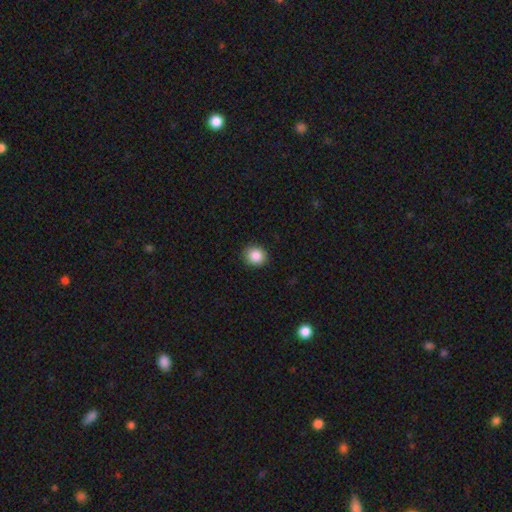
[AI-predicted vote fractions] Q: Smooth or featured?
A: smooth (87%); runner-up: star or artifact (9%)
Q: How rounded?
A: round (85%); runner-up: in between (14%)
Q: Merging?
A: none (90%); runner-up: minor disturbance (7%)